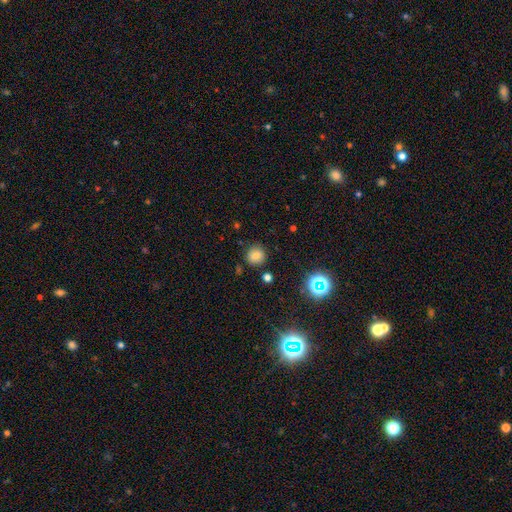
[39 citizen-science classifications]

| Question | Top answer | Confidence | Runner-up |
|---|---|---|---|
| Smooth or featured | smooth | 82% | featured or disk (13%) |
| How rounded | round | 91% | in between (9%) |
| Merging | none | 78% | minor disturbance (8%) |